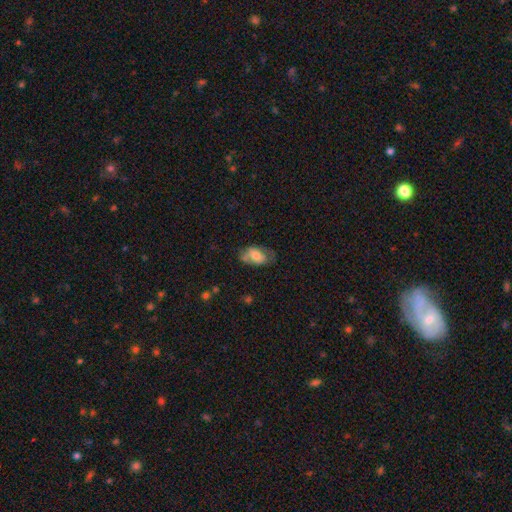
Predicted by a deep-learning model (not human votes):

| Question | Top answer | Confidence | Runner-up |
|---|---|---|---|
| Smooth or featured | smooth | 63% | featured or disk (29%) |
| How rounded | in between | 91% | round (7%) |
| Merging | none | 49% | minor disturbance (31%) |